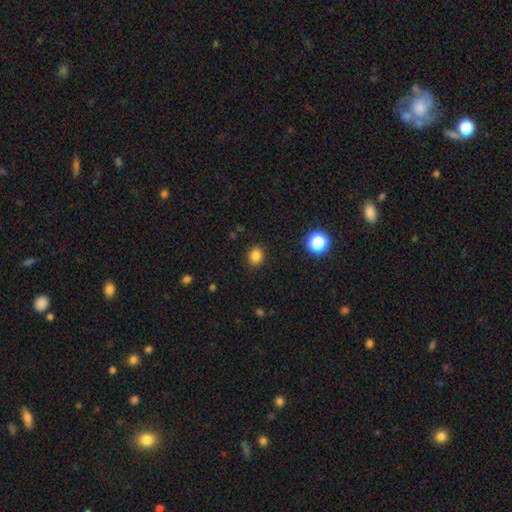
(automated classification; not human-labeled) The model was most divided on "how rounded": round: 67%, in between: 32%, cigar-shaped: 1%. More confident: merging — none (90%); smooth or featured — smooth (82%).